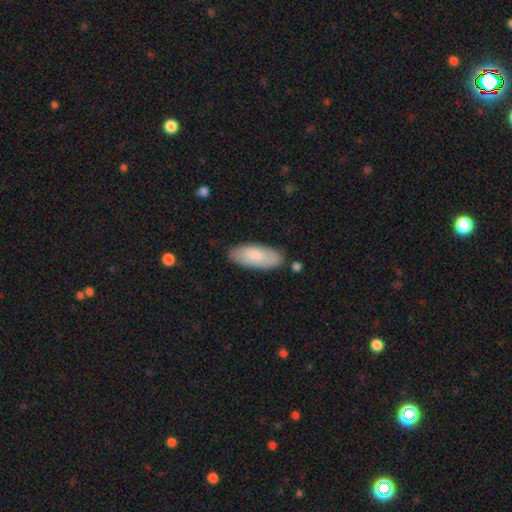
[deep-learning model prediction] The model was most divided on "how rounded": in between: 81%, cigar-shaped: 17%, round: 2%. More confident: merging — none (82%); smooth or featured — smooth (81%).